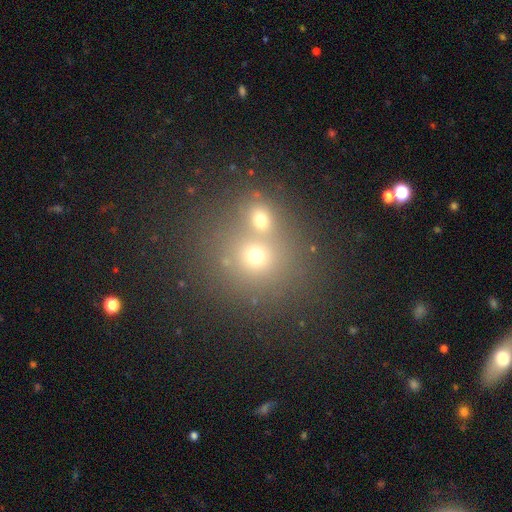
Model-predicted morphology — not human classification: A smooth galaxy with no disk features (66%) that is round (80%). Merging: none (45%).